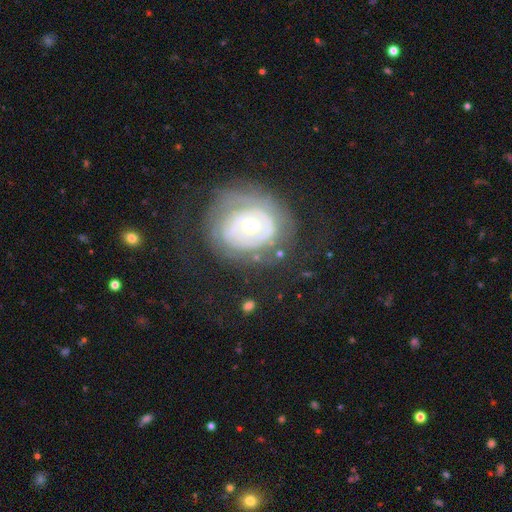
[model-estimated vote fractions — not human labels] A featured or disk galaxy (73%) with no bar (67%), tight (74%) spiral arms (75%) and a small central bulge (57%). Merging: none (70%).